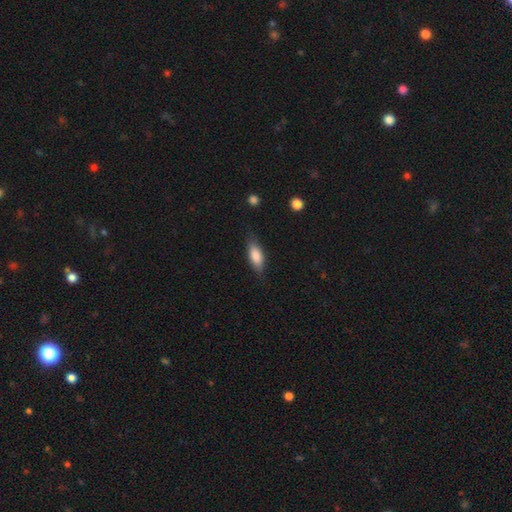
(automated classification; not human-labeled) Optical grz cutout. It shows a smooth galaxy with no disk features (79%) that is in between round and cigar-shaped (73%). Merging: none (77%).